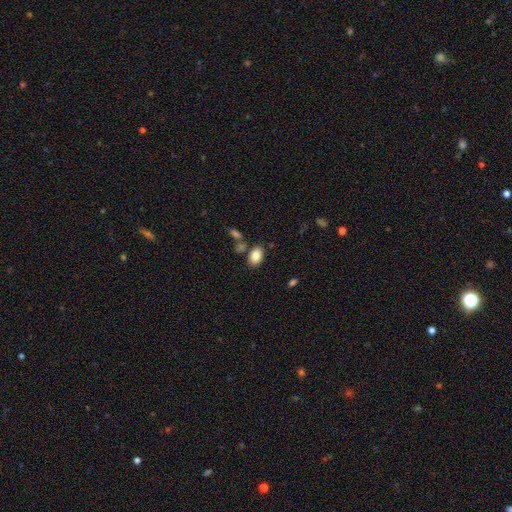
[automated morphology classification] The model was most divided on "merging": none: 72%, minor disturbance: 13%, merger: 11%, major disturbance: 4%. More confident: how rounded — in between (87%); smooth or featured — smooth (86%).